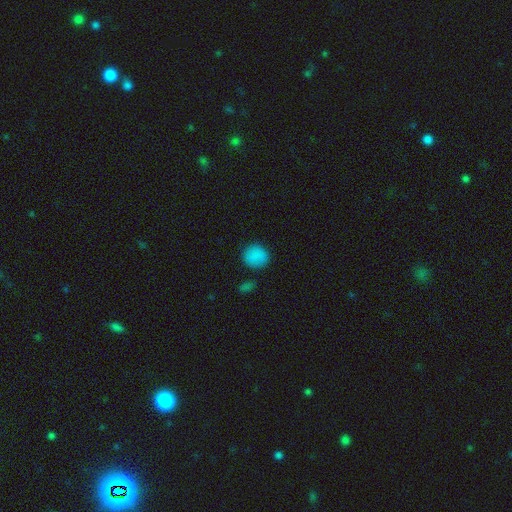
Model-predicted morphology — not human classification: Smooth or featured: smooth — 85% (star or artifact — 11%)
How rounded: round — 85% (in between — 14%)
Merging: none — 84% (minor disturbance — 10%)